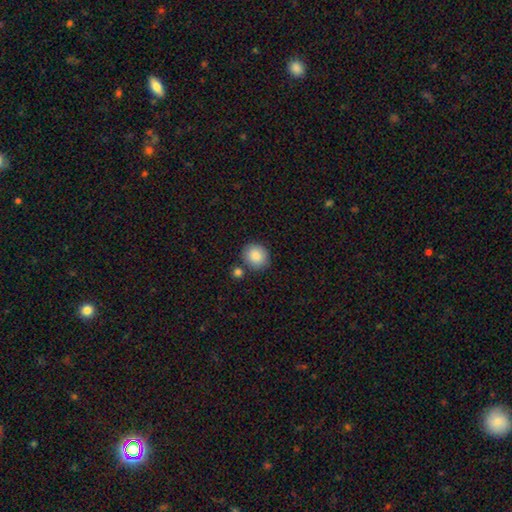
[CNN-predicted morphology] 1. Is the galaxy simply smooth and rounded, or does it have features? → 88% smooth, 7% star or artifact, 5% featured or disk.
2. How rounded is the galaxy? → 80% round, 19% in between, 1% cigar-shaped.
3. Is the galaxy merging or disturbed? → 79% none, 10% minor disturbance, 9% merger, 3% major disturbance.